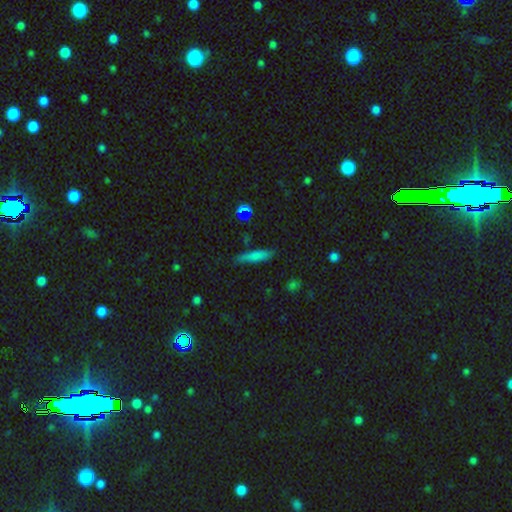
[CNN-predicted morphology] A smooth galaxy with no disk features (72%) that is cigar-shaped (80%). Merging: none (79%).